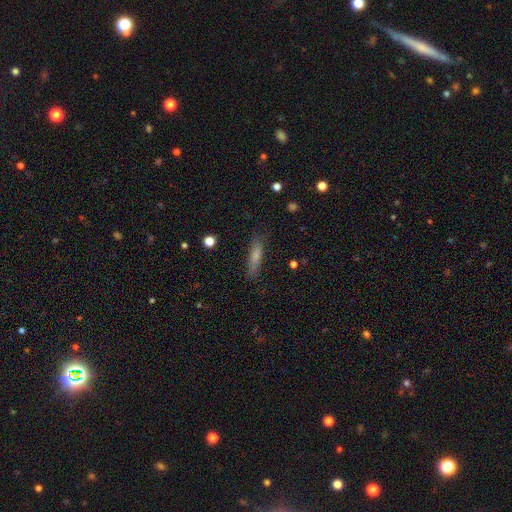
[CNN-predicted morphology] This is likely a smooth galaxy (76%). How rounded: likely cigar-shaped (77%). Merging: clearly none (82%).